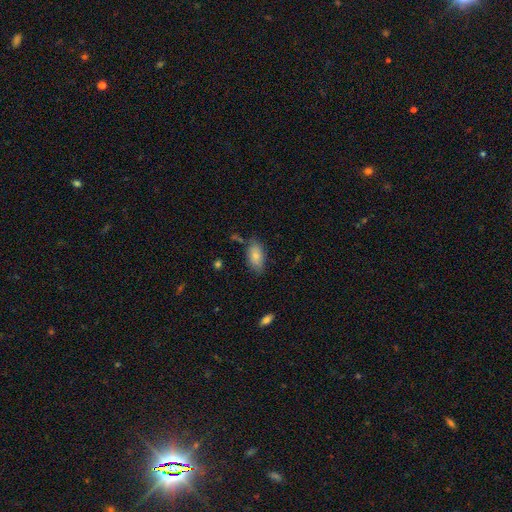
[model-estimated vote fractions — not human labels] A smooth galaxy with no disk features (79%) that is in between round and cigar-shaped (92%). Merging: none (71%).